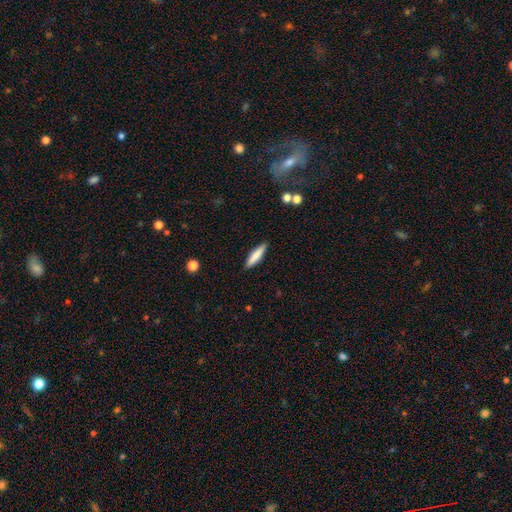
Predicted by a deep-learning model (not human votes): Morphology: type=smooth (76%); roundness=cigar-shaped (81%); merging=none (89%).